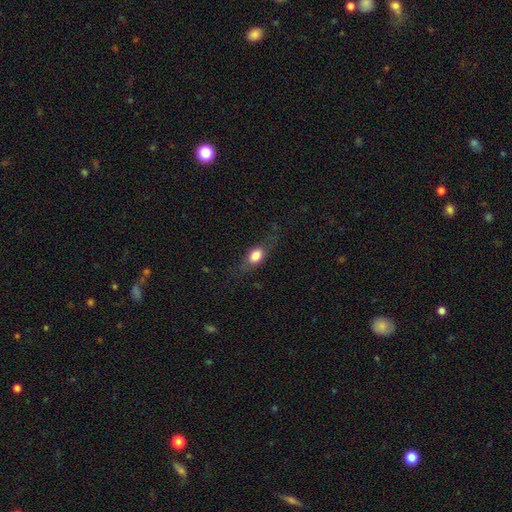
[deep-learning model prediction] smooth-or-featured: smooth: 72% | featured or disk: 20% | star or artifact: 8%
  how-rounded: in between: 68% | round: 19% | cigar-shaped: 13%
  merging: none: 67% | minor disturbance: 20% | major disturbance: 11% | merger: 1%